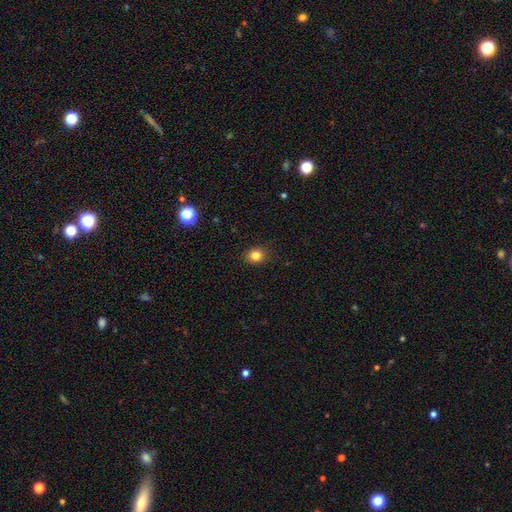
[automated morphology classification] Smooth or featured? smooth (83%)
How rounded? round (69%)
Merging? none (89%)